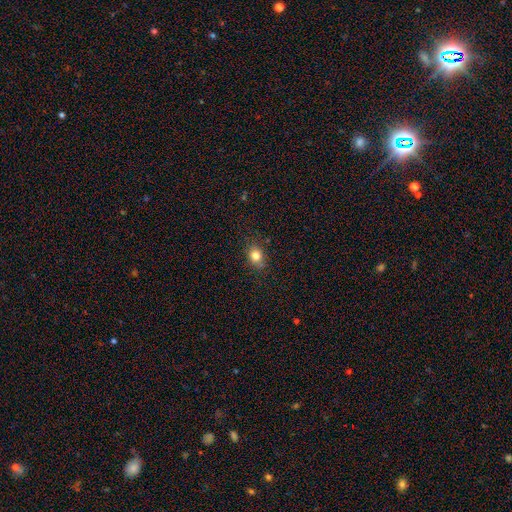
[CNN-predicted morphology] The model was most divided on "how rounded": round: 56%, in between: 43%, cigar-shaped: 1%. More confident: merging — none (82%); smooth or featured — smooth (81%).